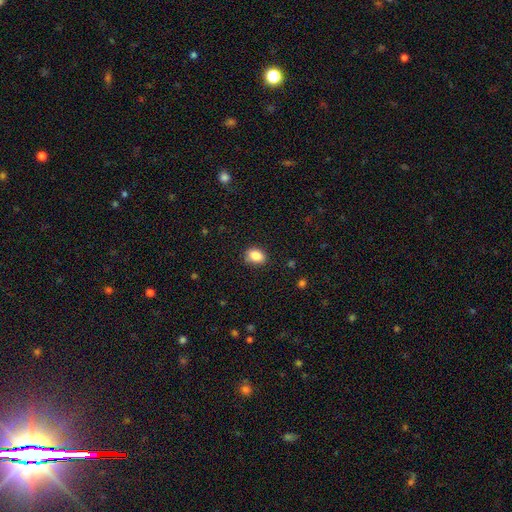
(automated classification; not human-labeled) Q: Smooth or featured?
A: smooth (86%); runner-up: star or artifact (9%)
Q: How rounded?
A: in between (72%); runner-up: round (27%)
Q: Merging?
A: none (82%); runner-up: minor disturbance (14%)